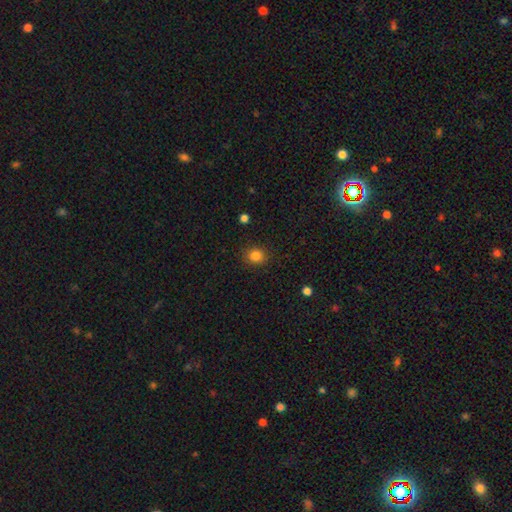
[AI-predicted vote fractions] smooth-or-featured: smooth: 84% | star or artifact: 12% | featured or disk: 4%
  how-rounded: round: 74% | in between: 25% | cigar-shaped: 1%
  merging: none: 88% | minor disturbance: 8% | major disturbance: 3% | merger: 1%